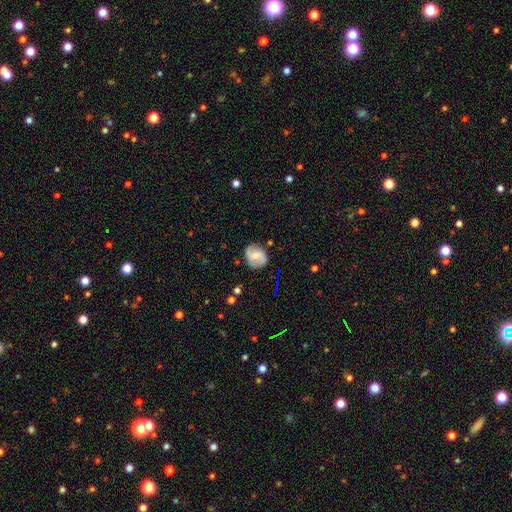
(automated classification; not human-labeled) Morphology: type=featured or disk (57%); edge-on=no (97%); bar=weak (46%); spiral arms=yes (88%); bulge=moderate (42%); merging=none (78%).